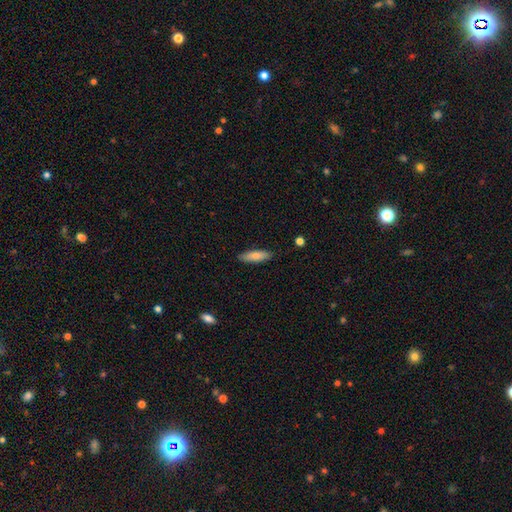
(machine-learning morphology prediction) This is likely a smooth galaxy (79%). How rounded: possibly cigar-shaped (56%). Merging: clearly none (88%).